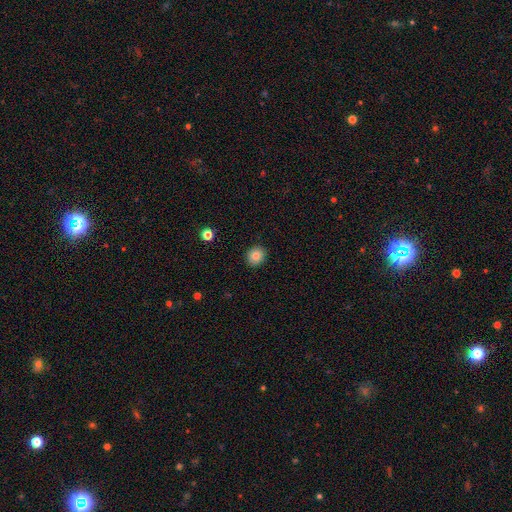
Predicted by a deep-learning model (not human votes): Smooth or featured?
  - smooth: 83% *
  - star or artifact: 10%
  - featured or disk: 7%
How rounded?
  - round: 80% *
  - in between: 19%
  - cigar-shaped: 1%
Merging?
  - none: 91% *
  - minor disturbance: 6%
  - major disturbance: 2%
  - merger: 1%